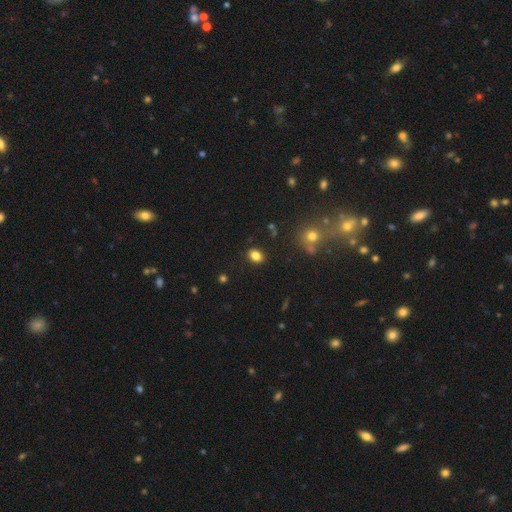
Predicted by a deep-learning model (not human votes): This is clearly a smooth galaxy (83%). How rounded: likely in between (62%). Merging: clearly none (87%).